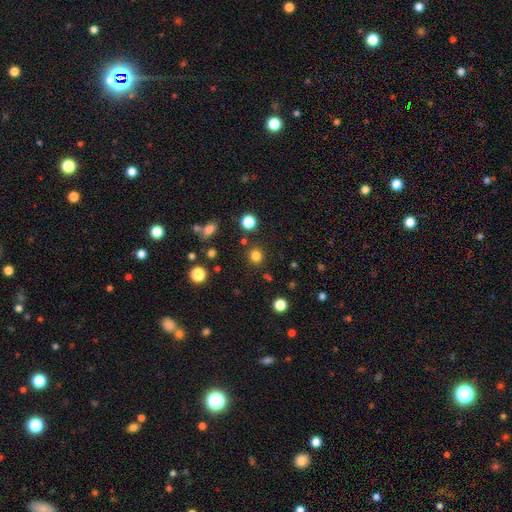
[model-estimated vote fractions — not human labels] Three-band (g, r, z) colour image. It shows a smooth galaxy with no disk features (81%) that is round (90%). Merging: none (87%).